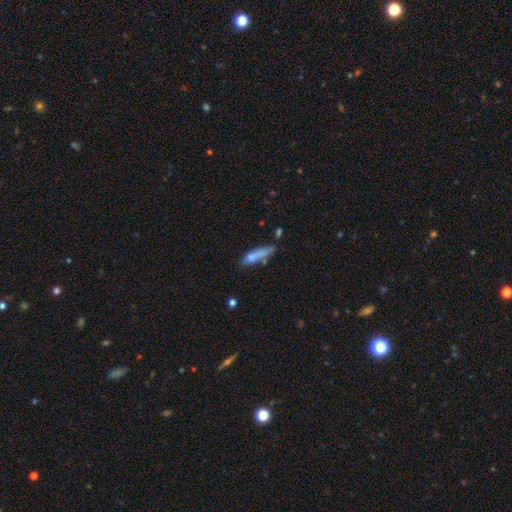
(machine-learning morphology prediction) Smooth or featured? Predicted: smooth (p=0.70). How rounded? Predicted: cigar-shaped (p=0.77). Merging? Predicted: none (p=0.53).